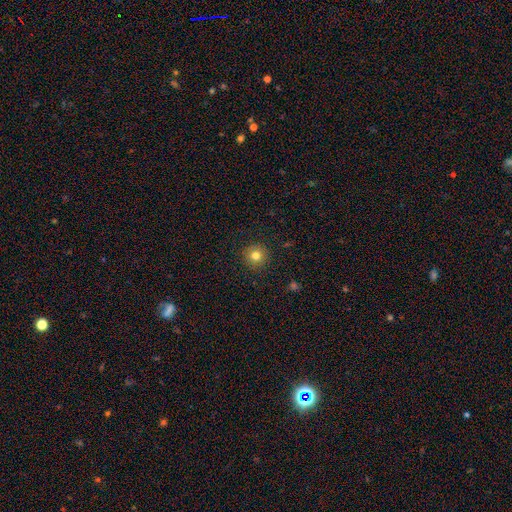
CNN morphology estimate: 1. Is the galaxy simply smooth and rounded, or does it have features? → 80% smooth, 13% star or artifact, 7% featured or disk.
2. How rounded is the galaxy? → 95% round, 4% in between, 1% cigar-shaped.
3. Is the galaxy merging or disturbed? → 92% none, 5% minor disturbance, 2% major disturbance, 1% merger.